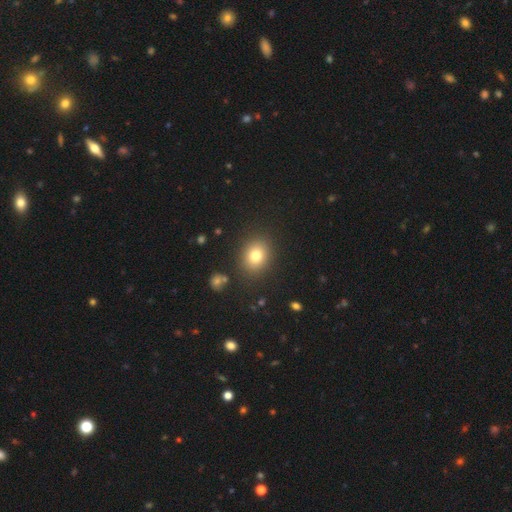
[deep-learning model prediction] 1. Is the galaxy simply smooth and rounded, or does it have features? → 78% smooth, 12% star or artifact, 10% featured or disk.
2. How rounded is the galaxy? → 60% round, 39% in between, 1% cigar-shaped.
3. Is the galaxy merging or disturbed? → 87% none, 8% minor disturbance, 3% major disturbance, 2% merger.